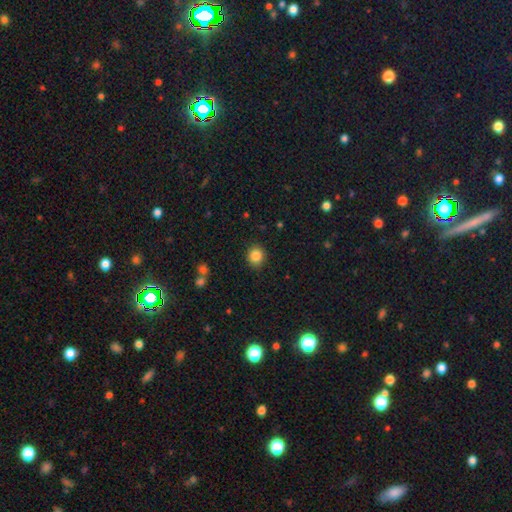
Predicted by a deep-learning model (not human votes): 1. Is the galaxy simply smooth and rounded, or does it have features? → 86% smooth, 10% star or artifact, 5% featured or disk.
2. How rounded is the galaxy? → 77% round, 23% in between, 1% cigar-shaped.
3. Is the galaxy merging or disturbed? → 89% none, 8% minor disturbance, 2% major disturbance, 1% merger.